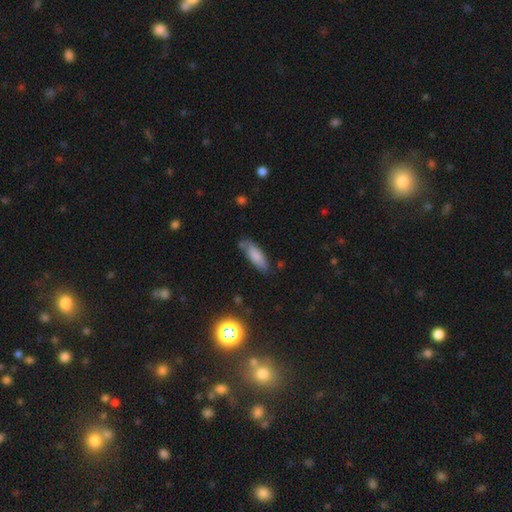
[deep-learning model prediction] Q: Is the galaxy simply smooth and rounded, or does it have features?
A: smooth — 80%.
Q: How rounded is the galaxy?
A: in between — 56%.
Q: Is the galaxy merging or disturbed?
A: none — 68%.